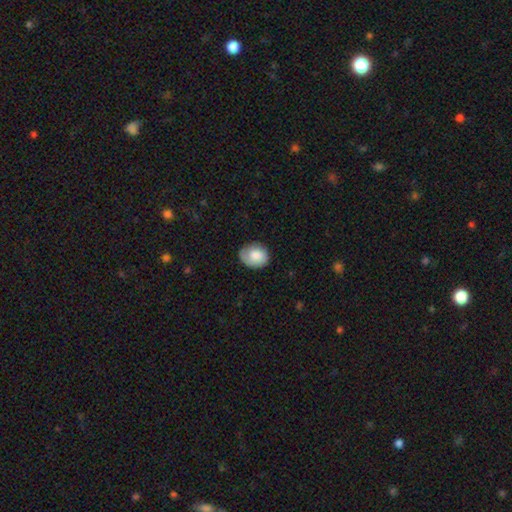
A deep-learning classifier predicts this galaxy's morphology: Smooth or featured? smooth (77%)
How rounded? round (51%)
Merging? none (68%)